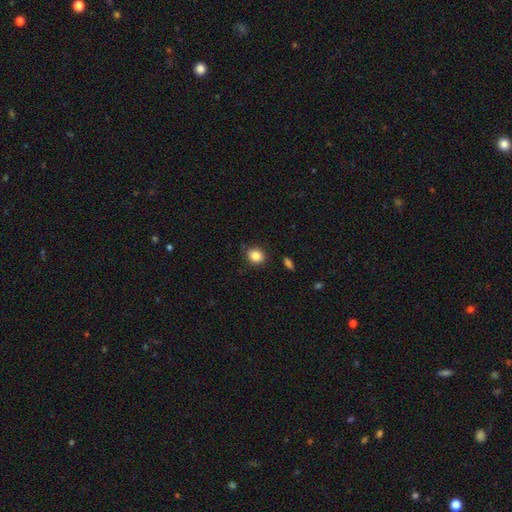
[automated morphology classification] A smooth galaxy with no disk features (85%) that is round (68%).

Vote fractions:
- Smooth or featured? smooth: 85% / star or artifact: 9% / featured or disk: 5%
- How rounded? round: 68% / in between: 31% / cigar-shaped: 1%
- Merging? none: 83% / minor disturbance: 12% / major disturbance: 3% / merger: 2%